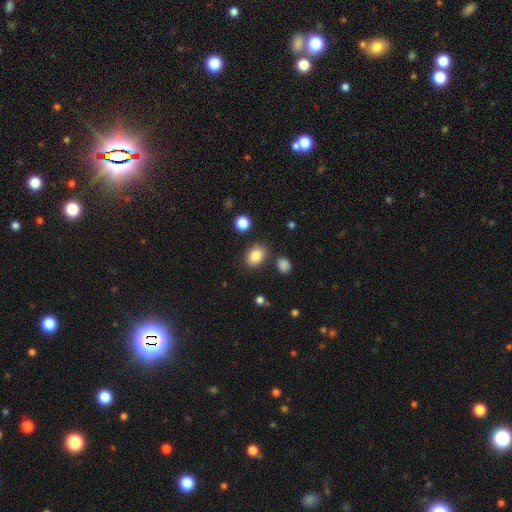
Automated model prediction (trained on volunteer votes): The model was most divided on "how rounded": in between: 75%, round: 24%, cigar-shaped: 1%. More confident: smooth or featured — smooth (85%); merging — none (80%).